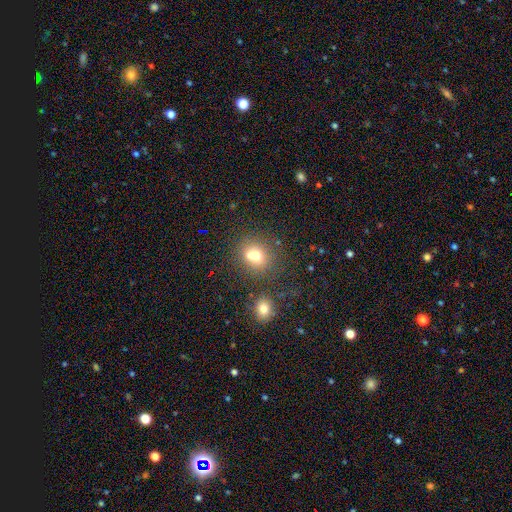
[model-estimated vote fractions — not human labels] smooth-or-featured: smooth: 68% | featured or disk: 18% | star or artifact: 15%
  how-rounded: round: 71% | in between: 28% | cigar-shaped: 1%
  merging: none: 45% | merger: 41% | minor disturbance: 10% | major disturbance: 4%